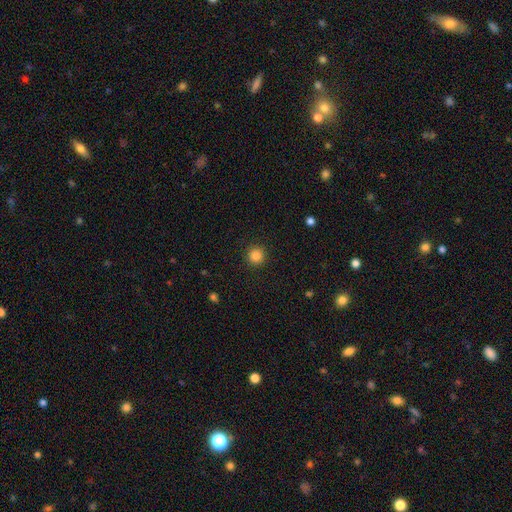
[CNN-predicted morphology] smooth_or_featured: smooth (p=0.85) [alt: star or artifact p=0.11]
how_rounded: round (p=0.95) [alt: in between p=0.04]
merging: none (p=0.92) [alt: minor disturbance p=0.05]